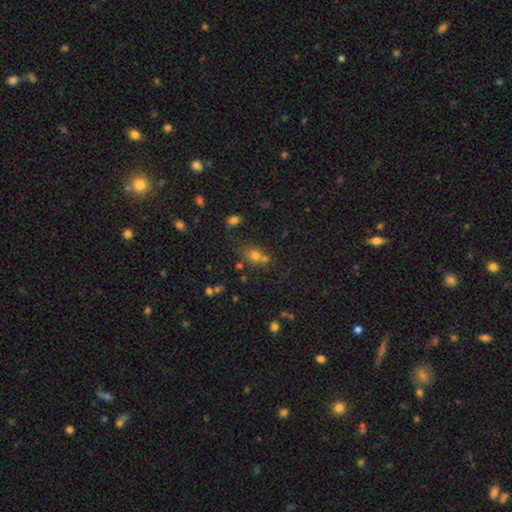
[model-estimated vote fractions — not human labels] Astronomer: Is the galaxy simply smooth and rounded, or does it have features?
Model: smooth — 61%.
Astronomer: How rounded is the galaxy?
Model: round — 63%.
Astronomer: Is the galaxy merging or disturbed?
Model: none — 53% (runner-up: merger, 30%).